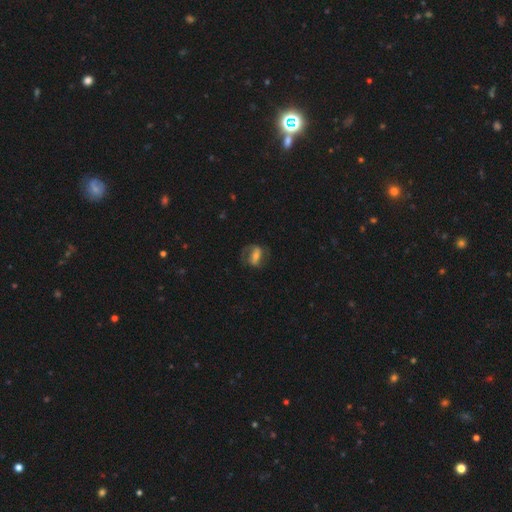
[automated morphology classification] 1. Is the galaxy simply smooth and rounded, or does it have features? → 55% featured or disk, 37% smooth, 8% star or artifact.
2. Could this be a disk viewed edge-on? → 90% no, 10% yes.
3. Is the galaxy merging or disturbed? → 61% none, 20% minor disturbance, 18% major disturbance, 2% merger.